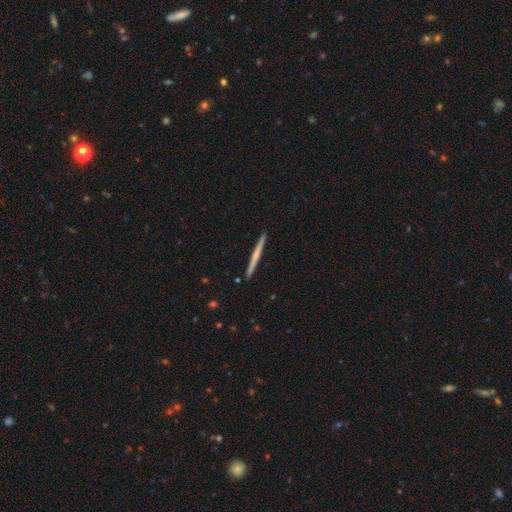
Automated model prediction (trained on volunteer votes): Smooth or featured? Predicted: featured or disk (p=0.51). Edge-on disk? Predicted: yes (p=0.98). Edge-on bulge? Predicted: none (p=0.68). Merging? Predicted: none (p=0.93).